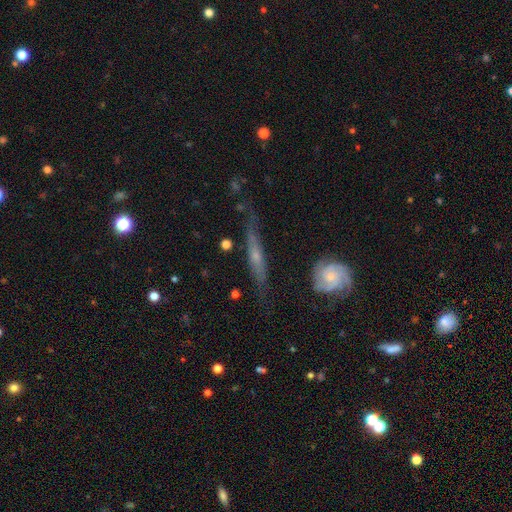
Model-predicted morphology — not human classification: Smooth or featured?
  - featured or disk: 68% *
  - smooth: 25%
  - star or artifact: 7%
Edge-on disk?
  - yes: 75% *
  - no: 25%
Edge-on bulge?
  - rounded: 63% *
  - none: 31%
  - boxy: 6%
Merging?
  - none: 65% *
  - minor disturbance: 23%
  - major disturbance: 8%
  - merger: 4%